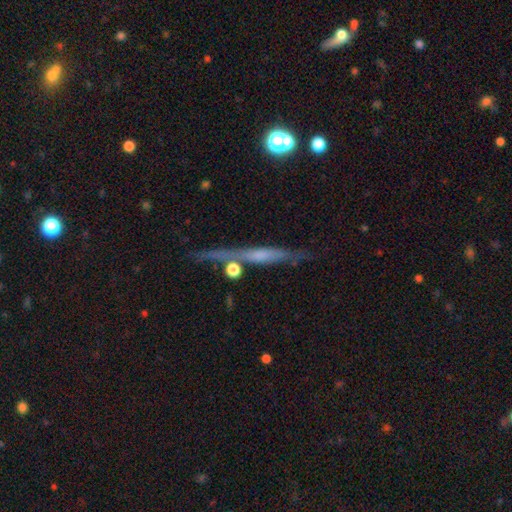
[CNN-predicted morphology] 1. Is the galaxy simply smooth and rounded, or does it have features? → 63% featured or disk, 28% smooth, 10% star or artifact.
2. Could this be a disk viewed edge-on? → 92% yes, 8% no.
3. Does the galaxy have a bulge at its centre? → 52% none, 36% rounded, 13% boxy.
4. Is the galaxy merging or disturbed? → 75% none, 14% minor disturbance, 7% merger, 5% major disturbance.